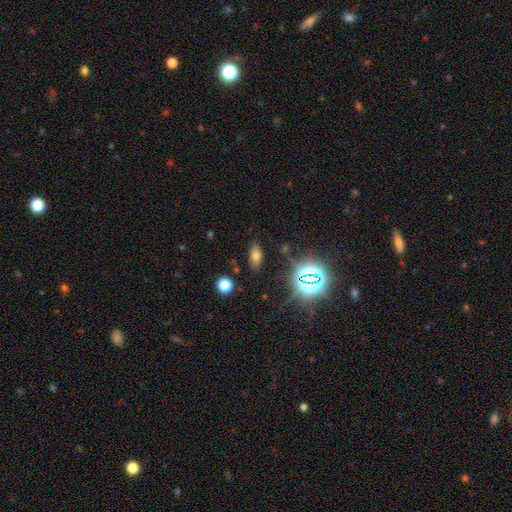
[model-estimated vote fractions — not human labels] This appears to be a smooth galaxy with no disk features (63%) that is in between round and cigar-shaped (86%). Merging: none (83%).